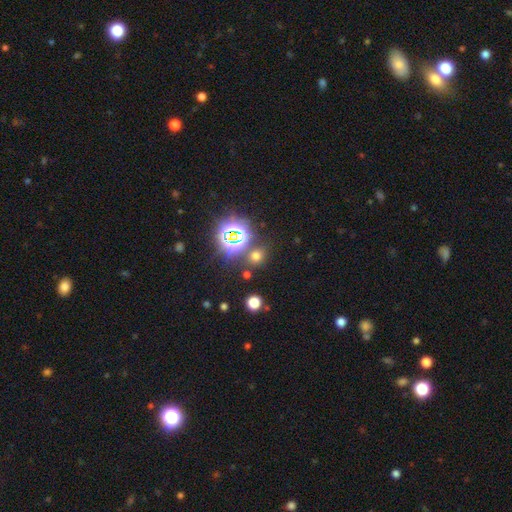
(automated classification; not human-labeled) The model was most divided on "smooth or featured": smooth: 55%, star or artifact: 38%, featured or disk: 7%. More confident: merging — none (80%); how rounded — round (74%).